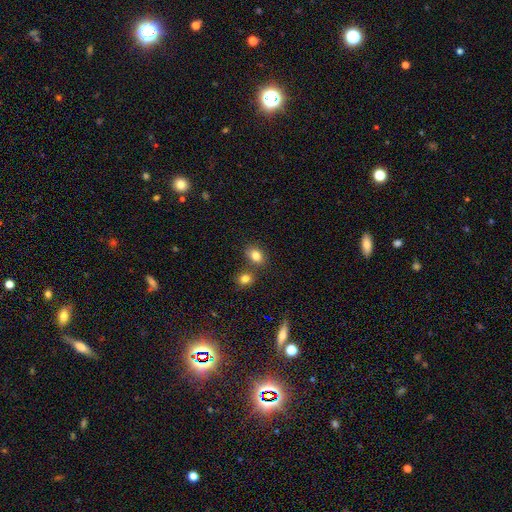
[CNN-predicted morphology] Q: Smooth or featured?
A: smooth (82%); runner-up: star or artifact (11%)
Q: How rounded?
A: in between (64%); runner-up: round (34%)
Q: Merging?
A: none (64%); runner-up: merger (21%)